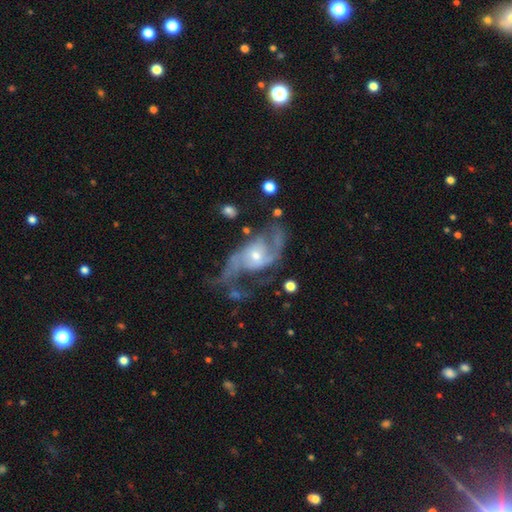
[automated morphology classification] Smooth or featured?
  - featured or disk: 87% *
  - smooth: 7%
  - star or artifact: 6%
Edge-on disk?
  - no: 96% *
  - yes: 4%
Bar?
  - no: 59% *
  - weak: 32%
  - strong: 9%
Spiral arms?
  - yes: 94% *
  - no: 6%
Spiral winding?
  - medium: 45% *
  - loose: 38%
  - tight: 16%
Spiral arm count?
  - 2: 80% *
  - can't tell: 8%
  - 3: 5%
  - 1: 3%
  - 4: 2%
  - more than 4: 2%
Bulge size?
  - small: 53% *
  - moderate: 41%
  - large: 3%
  - none: 2%
  - dominant: 1%
Merging?
  - none: 50% *
  - major disturbance: 25%
  - minor disturbance: 21%
  - merger: 5%